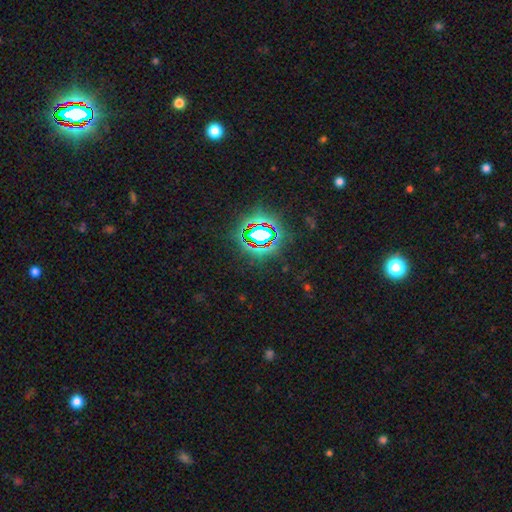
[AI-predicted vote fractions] smooth-or-featured: star or artifact: 81% | smooth: 11% | featured or disk: 7%